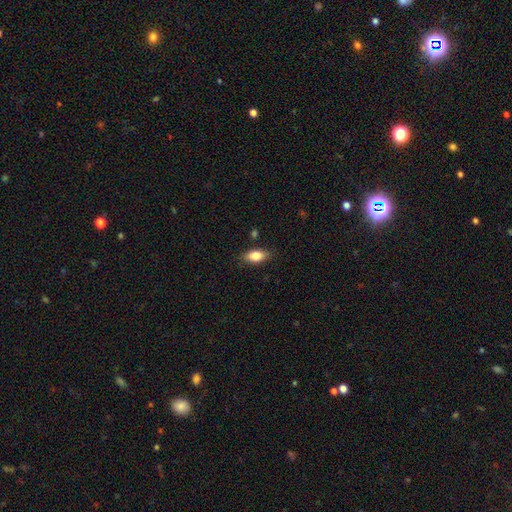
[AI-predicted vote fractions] This is likely a smooth galaxy (80%). How rounded: clearly in between (87%). Merging: clearly none (84%).